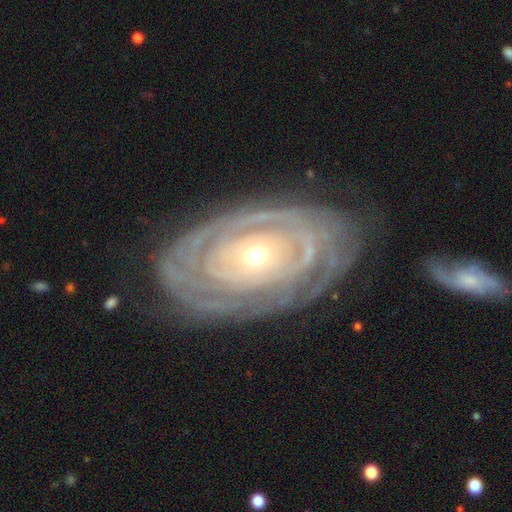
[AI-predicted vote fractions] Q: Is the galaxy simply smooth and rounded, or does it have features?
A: featured or disk — 86%.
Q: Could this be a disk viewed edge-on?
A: no — 94%.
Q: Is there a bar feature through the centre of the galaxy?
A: no — 82%.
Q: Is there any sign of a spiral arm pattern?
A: yes — 86%.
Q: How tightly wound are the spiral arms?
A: tight — 85%.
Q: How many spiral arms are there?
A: can't tell — 43%.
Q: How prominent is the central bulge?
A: small — 56%.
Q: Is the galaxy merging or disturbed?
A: none — 77%.